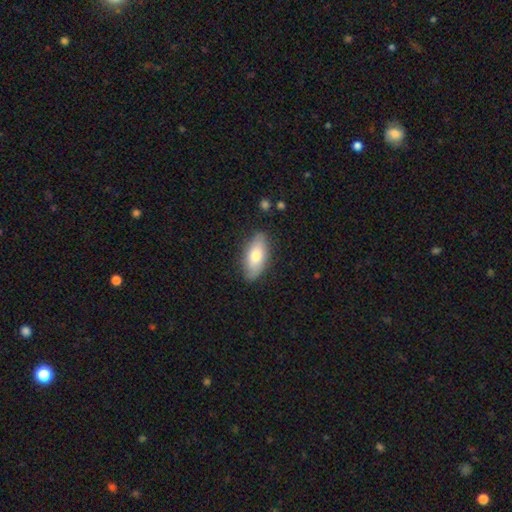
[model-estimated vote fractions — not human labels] A smooth galaxy with no disk features (72%) that is in between round and cigar-shaped (86%). Merging: none (83%).